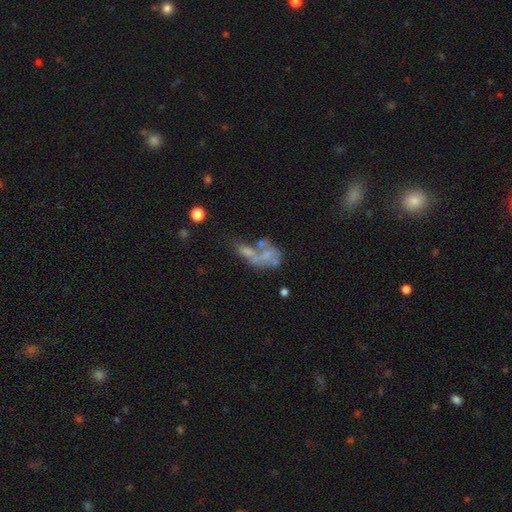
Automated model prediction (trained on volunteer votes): featured or disk 50%, smooth 29%, star or artifact 21%. Down the decision tree: edge-on disk — no (95%); merging — merger (45%).